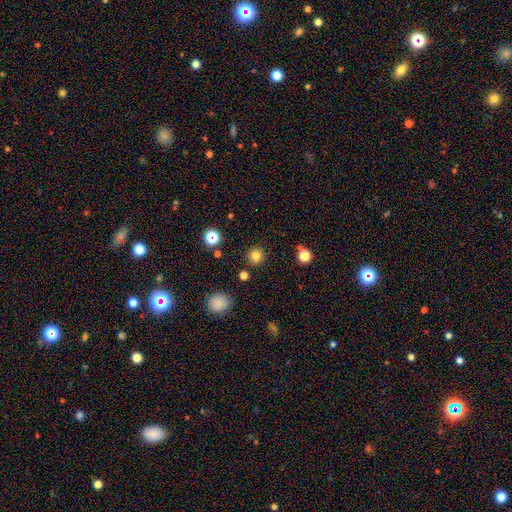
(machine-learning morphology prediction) A smooth galaxy with no disk features (81%) that is round (89%).

Vote fractions:
- Smooth or featured? smooth: 81% / star or artifact: 14% / featured or disk: 5%
- How rounded? round: 89% / in between: 10% / cigar-shaped: 1%
- Merging? none: 88% / minor disturbance: 7% / major disturbance: 2% / merger: 2%